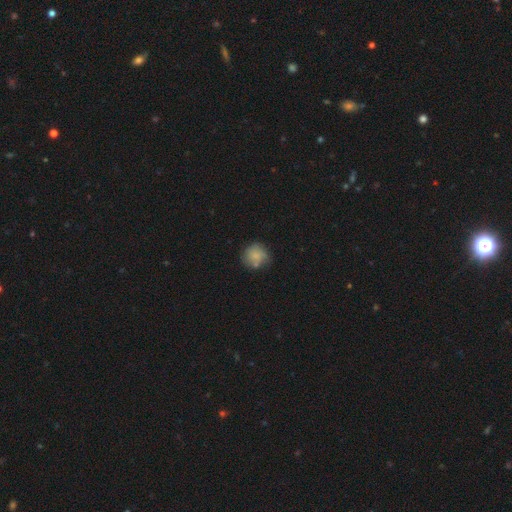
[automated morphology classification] Q: Smooth or featured?
A: smooth (70%); runner-up: featured or disk (20%)
Q: How rounded?
A: round (83%); runner-up: in between (16%)
Q: Merging?
A: none (60%); runner-up: minor disturbance (23%)